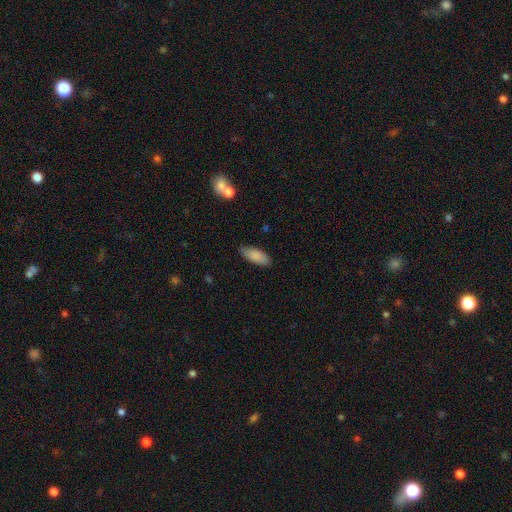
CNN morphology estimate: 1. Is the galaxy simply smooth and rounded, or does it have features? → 87% smooth, 7% featured or disk, 6% star or artifact.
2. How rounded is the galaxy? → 80% in between, 18% cigar-shaped, 2% round.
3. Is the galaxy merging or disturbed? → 84% none, 13% minor disturbance, 2% major disturbance, 1% merger.